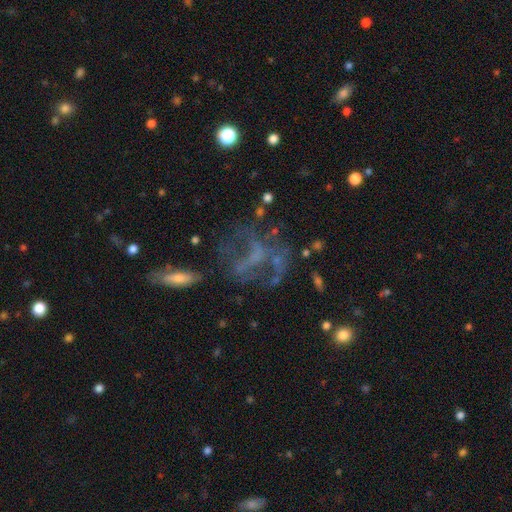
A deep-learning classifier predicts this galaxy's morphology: Overall: featured or disk (55%; star or artifact 24%). Edge-on disk: no (93%). Bar: no (67%). Spiral arms: no (69%; yes 31%). Bulge size: none (69%). Merging: none (46%; major disturbance 31%).